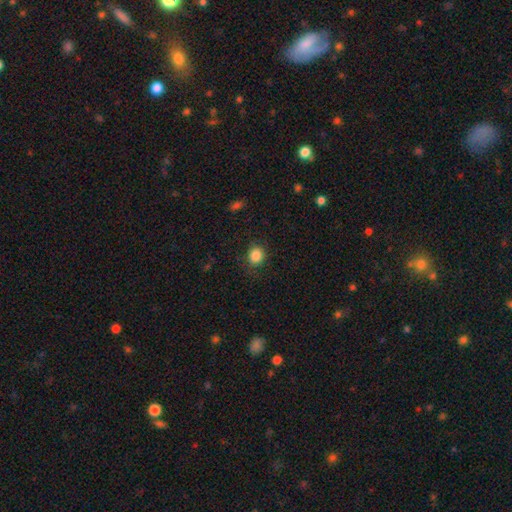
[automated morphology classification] This is clearly a smooth galaxy (86%). How rounded: clearly round (82%). Merging: clearly none (85%).